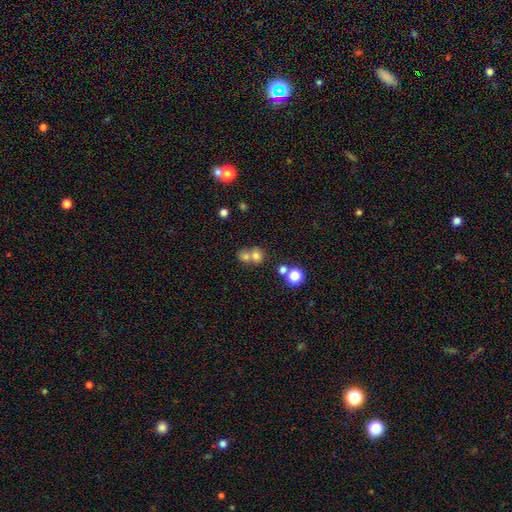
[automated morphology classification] smooth 71%, star or artifact 16%, featured or disk 13%. Down the decision tree: how rounded — round (78%); merging — merger (53%).